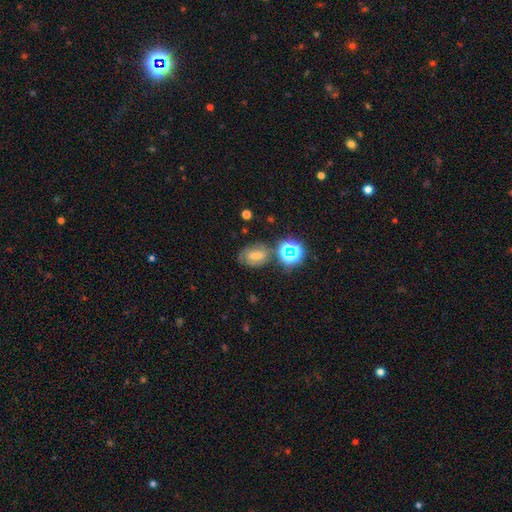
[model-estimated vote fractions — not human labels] The model was most divided on "smooth or featured": star or artifact: 36%, smooth: 33%, featured or disk: 31%.